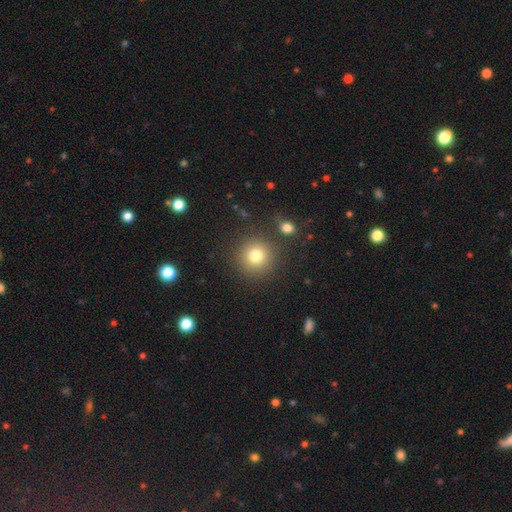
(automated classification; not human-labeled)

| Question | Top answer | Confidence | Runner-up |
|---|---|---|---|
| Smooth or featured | smooth | 78% | star or artifact (13%) |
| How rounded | round | 94% | in between (6%) |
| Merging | none | 85% | minor disturbance (7%) |